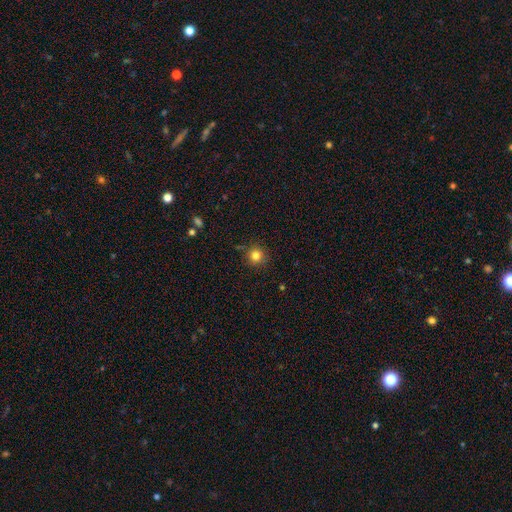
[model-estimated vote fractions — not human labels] Smooth or featured? Predicted: smooth (p=0.82). How rounded? Predicted: round (p=0.94). Merging? Predicted: none (p=0.87).